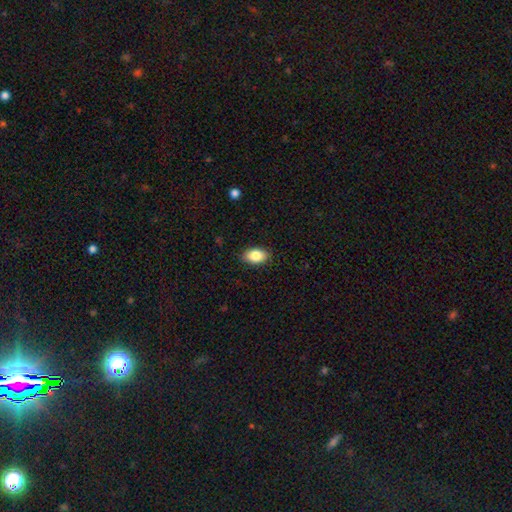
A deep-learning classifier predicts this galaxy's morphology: smooth_or_featured: smooth (p=0.84) [alt: featured or disk p=0.08]
how_rounded: in between (p=0.90) [alt: round p=0.09]
merging: none (p=0.86) [alt: minor disturbance p=0.10]